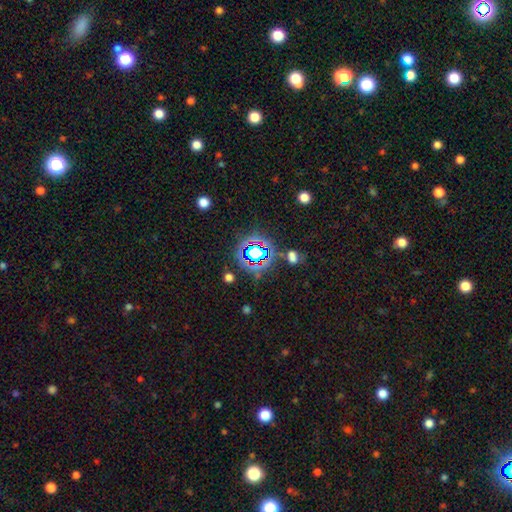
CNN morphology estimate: Q: Smooth or featured?
A: star or artifact (69%); runner-up: smooth (20%)